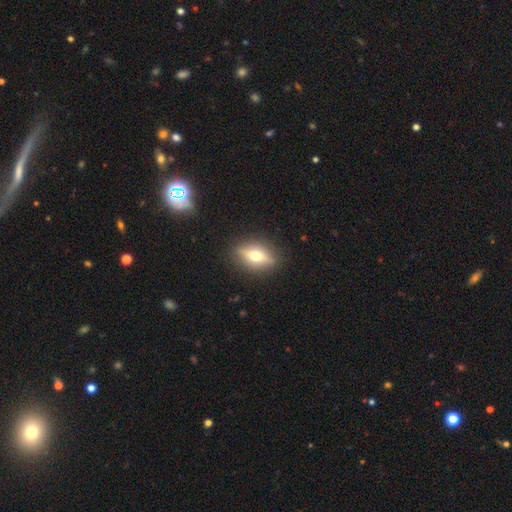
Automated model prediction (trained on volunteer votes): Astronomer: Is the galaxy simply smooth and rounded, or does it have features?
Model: featured or disk — 47% (runner-up: smooth, 45%).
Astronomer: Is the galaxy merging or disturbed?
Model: none — 86%.